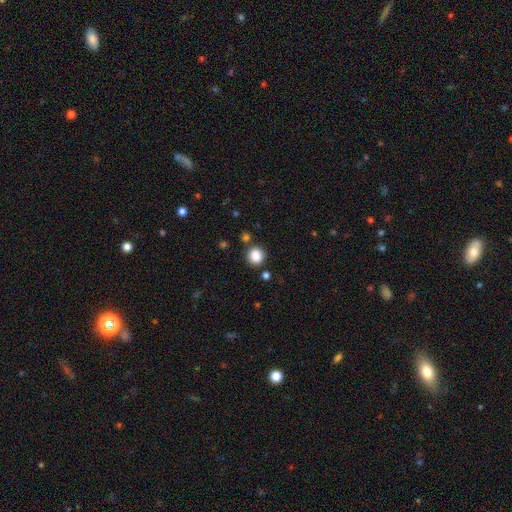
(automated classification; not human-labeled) Smooth or featured? smooth (87%)
How rounded? round (87%)
Merging? none (82%)